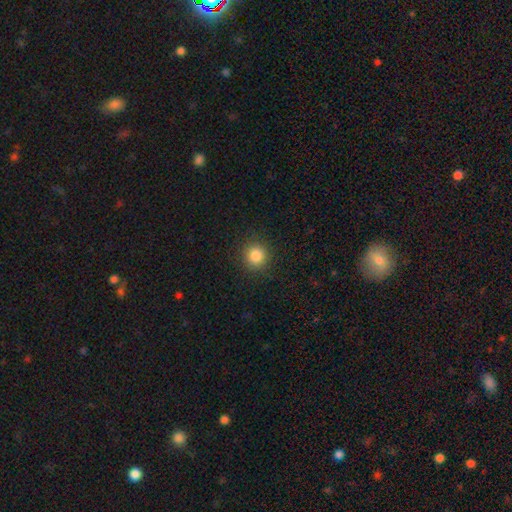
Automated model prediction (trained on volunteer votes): smooth_or_featured: smooth (p=0.85) [alt: star or artifact p=0.11]
how_rounded: round (p=0.93) [alt: in between p=0.07]
merging: none (p=0.91) [alt: minor disturbance p=0.06]